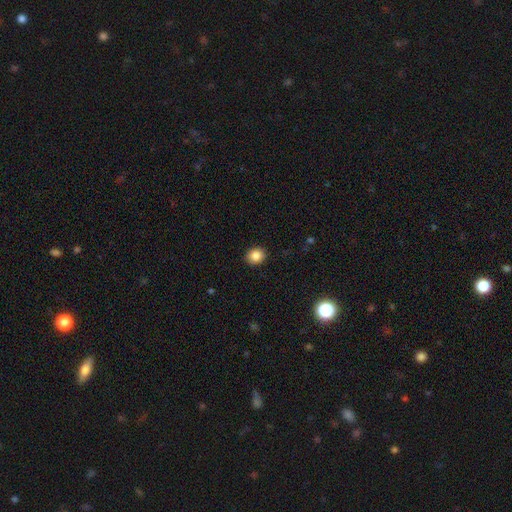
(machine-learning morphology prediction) Smooth or featured?
  - smooth: 86% *
  - star or artifact: 10%
  - featured or disk: 5%
How rounded?
  - round: 67% *
  - in between: 32%
  - cigar-shaped: 1%
Merging?
  - none: 90% *
  - minor disturbance: 7%
  - major disturbance: 2%
  - merger: 1%